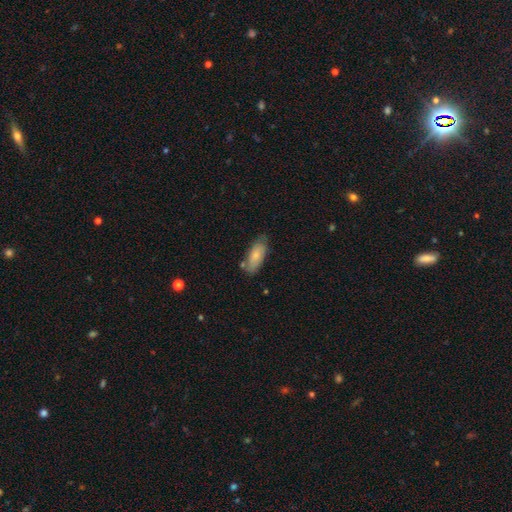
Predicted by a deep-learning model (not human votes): Q: Smooth or featured?
A: smooth (75%); runner-up: featured or disk (19%)
Q: How rounded?
A: in between (83%); runner-up: cigar-shaped (15%)
Q: Merging?
A: none (66%); runner-up: minor disturbance (24%)